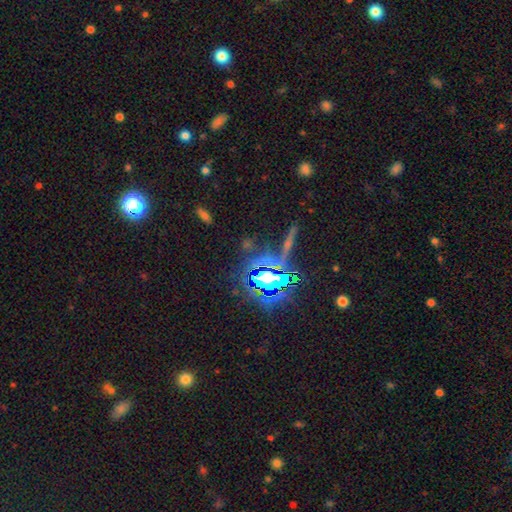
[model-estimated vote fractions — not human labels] Q: Smooth or featured?
A: star or artifact (82%); runner-up: smooth (10%)